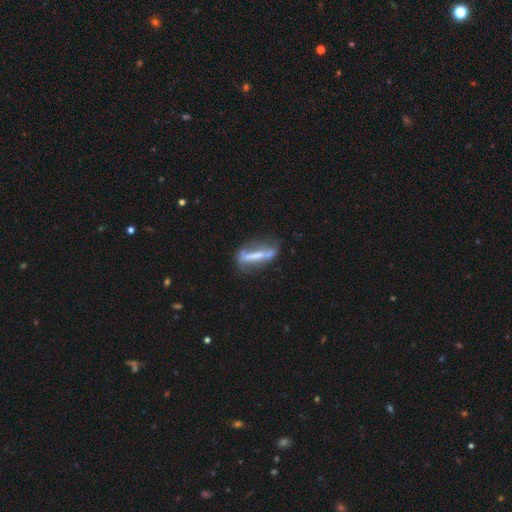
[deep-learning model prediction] smooth_or_featured: featured or disk (p=0.53) [alt: smooth p=0.38]
disk_edge_on: no (p=0.59) [alt: yes p=0.41]
merging: none (p=0.49) [alt: minor disturbance p=0.26]